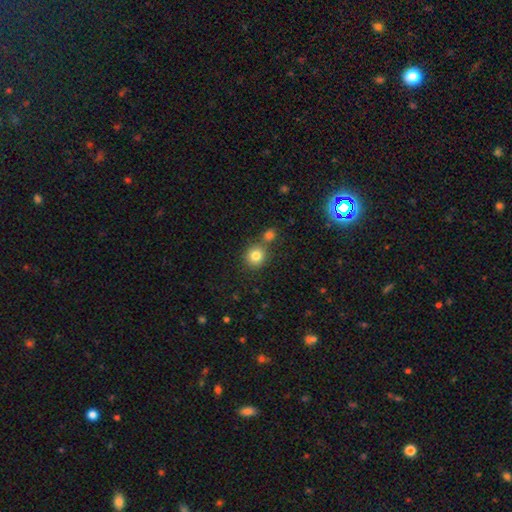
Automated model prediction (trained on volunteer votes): smooth-or-featured: smooth: 81% | star or artifact: 11% | featured or disk: 7%
  how-rounded: round: 87% | in between: 12% | cigar-shaped: 1%
  merging: none: 64% | merger: 25% | minor disturbance: 9% | major disturbance: 3%